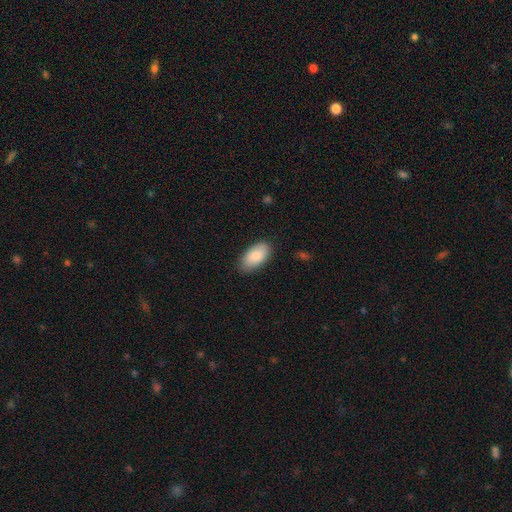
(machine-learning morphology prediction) smooth 85%, featured or disk 9%, star or artifact 6%. Down the decision tree: how rounded — in between (95%); merging — none (83%).